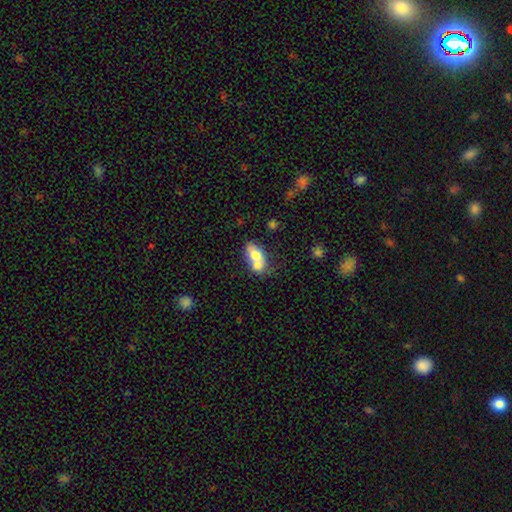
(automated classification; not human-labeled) smooth 68%, featured or disk 24%, star or artifact 8%. Down the decision tree: how rounded — in between (80%); merging — merger (60%).